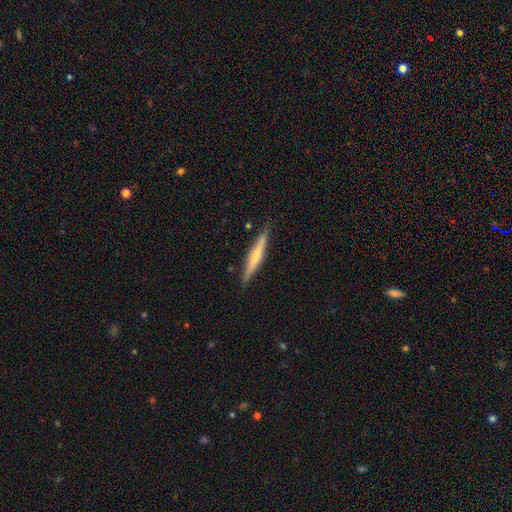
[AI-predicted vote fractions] This is possibly a featured or disk galaxy (52%). It is clearly viewed edge-on (96%). Merging: clearly none (87%).